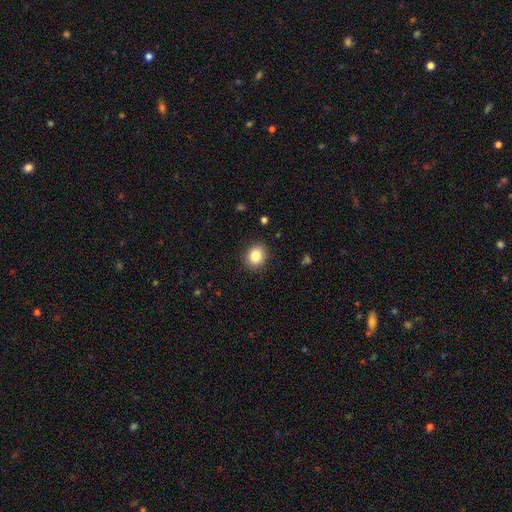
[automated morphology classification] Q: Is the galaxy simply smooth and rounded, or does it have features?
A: smooth — 84%.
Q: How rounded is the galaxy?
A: round — 68%.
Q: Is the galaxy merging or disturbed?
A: none — 90%.